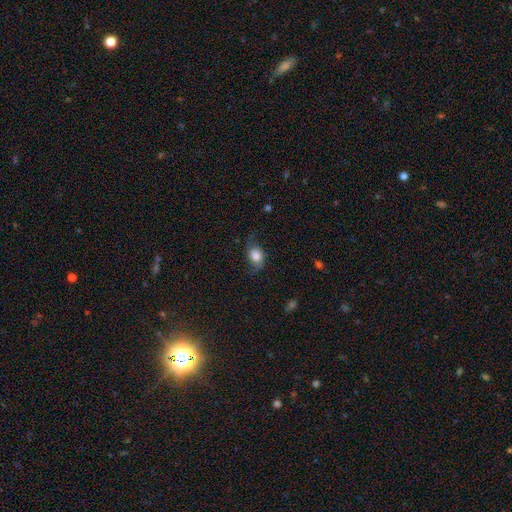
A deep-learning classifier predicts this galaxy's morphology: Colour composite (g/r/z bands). It shows a smooth galaxy with no disk features (62%) that is in between round and cigar-shaped (59%). Merging: none (56%).